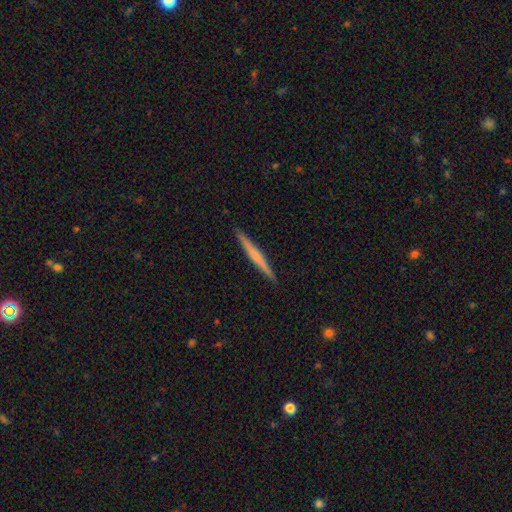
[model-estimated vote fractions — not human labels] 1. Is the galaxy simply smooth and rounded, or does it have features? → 51% featured or disk, 44% smooth, 6% star or artifact.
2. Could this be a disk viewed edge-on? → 98% yes, 2% no.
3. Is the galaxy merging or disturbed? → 92% none, 6% minor disturbance, 1% major disturbance, 1% merger.